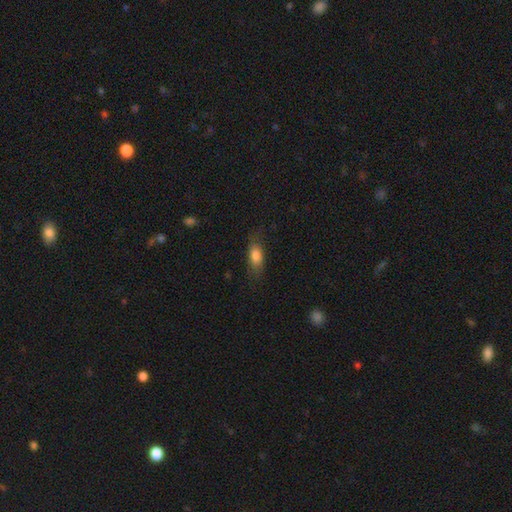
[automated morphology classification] The model was most divided on "merging": none: 72%, minor disturbance: 19%, major disturbance: 7%, merger: 1%. More confident: how rounded — in between (80%); smooth or featured — smooth (79%).